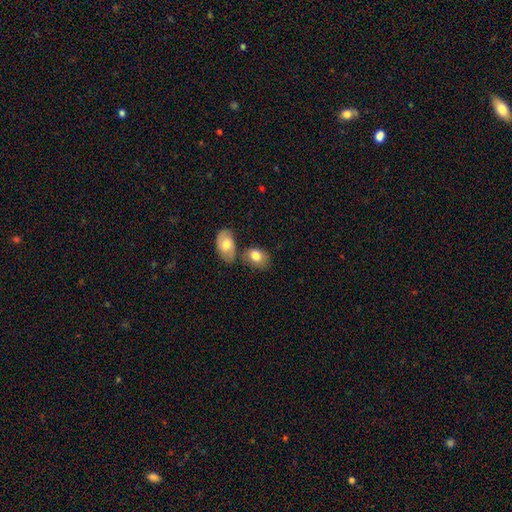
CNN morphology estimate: This appears to be a smooth galaxy with no disk features (79%) that is in between round and cigar-shaped (76%). Merging: none (55%).